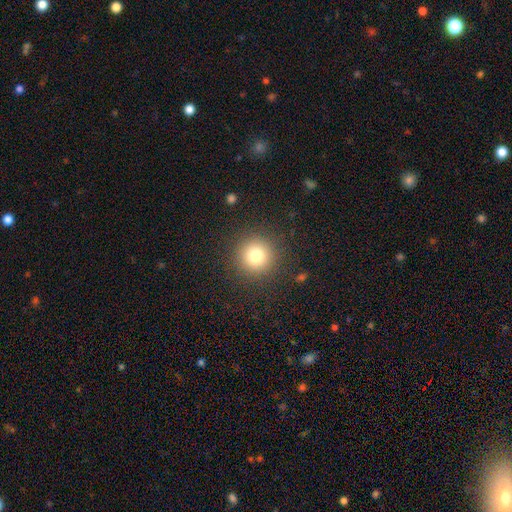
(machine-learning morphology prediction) Smooth or featured? smooth (79%)
How rounded? round (95%)
Merging? none (90%)